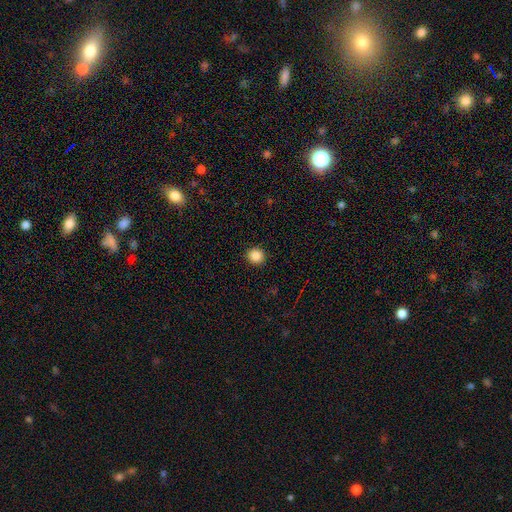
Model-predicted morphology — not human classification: smooth 88%, star or artifact 10%, featured or disk 3%. Down the decision tree: how rounded — round (93%); merging — none (93%).